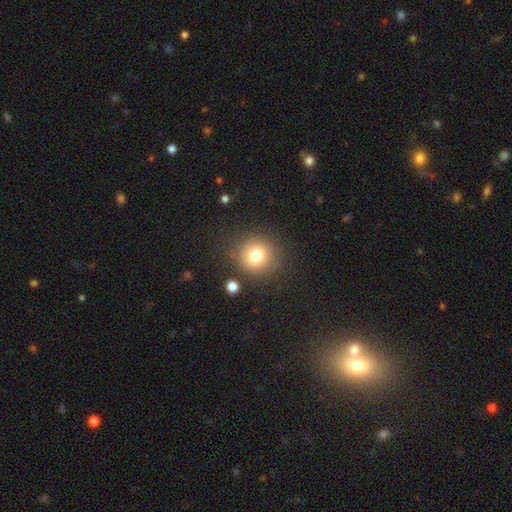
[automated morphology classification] smooth 77%, star or artifact 13%, featured or disk 10%. Down the decision tree: how rounded — round (90%); merging — none (83%).